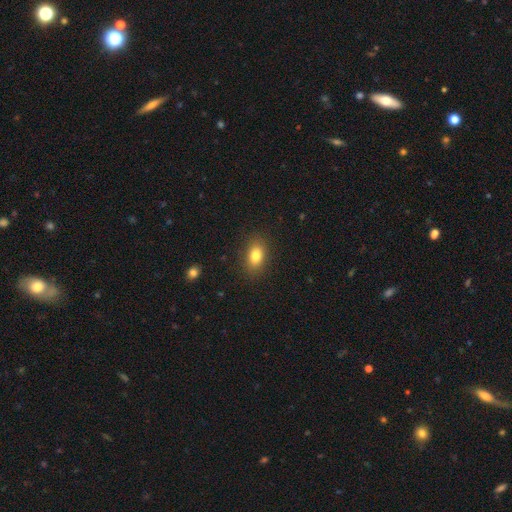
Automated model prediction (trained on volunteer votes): This appears to be a smooth galaxy with no disk features (82%) that is in between round and cigar-shaped (82%). Merging: none (87%).